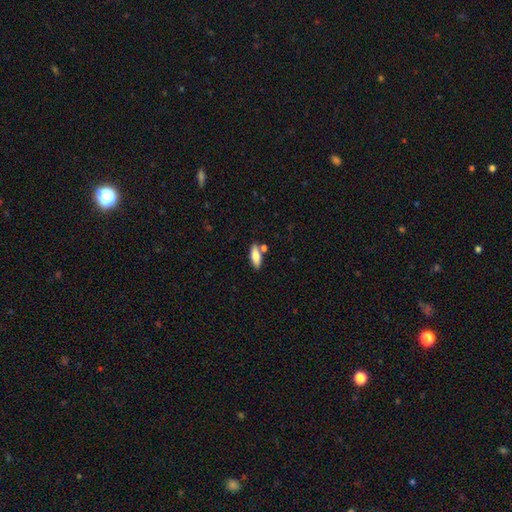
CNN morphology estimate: smooth 78%, featured or disk 16%, star or artifact 6%. Down the decision tree: how rounded — in between (67%); merging — none (73%).